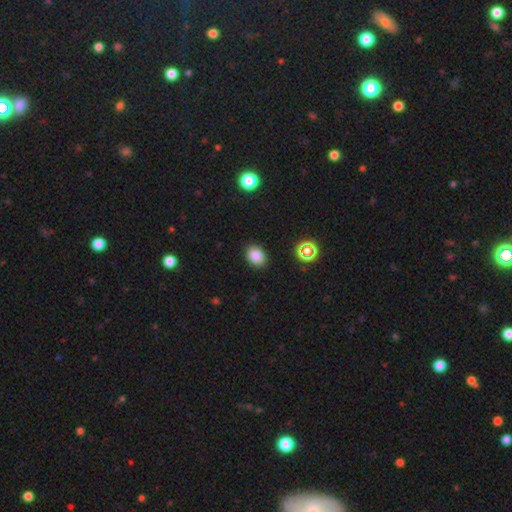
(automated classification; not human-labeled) Morphology: type=smooth (83%); roundness=in between (62%); merging=none (88%).